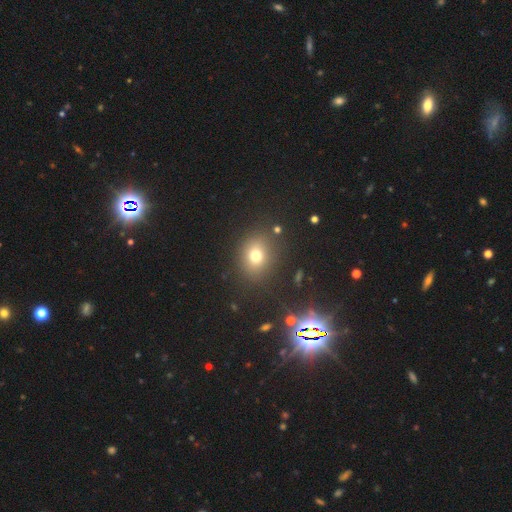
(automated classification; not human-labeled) This is likely a smooth galaxy (72%). How rounded: likely round (63%). Merging: clearly none (83%).